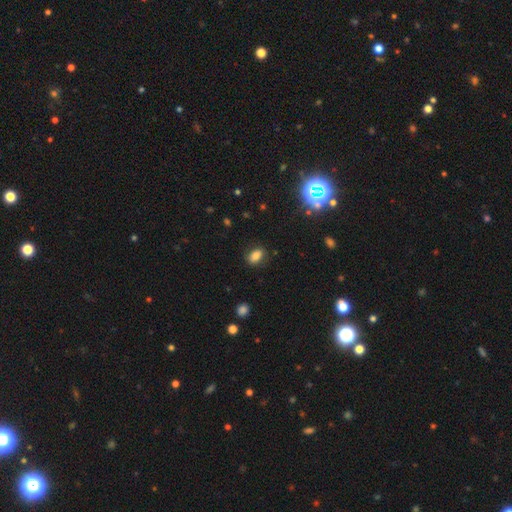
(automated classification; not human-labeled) This is clearly a smooth galaxy (81%). How rounded: clearly in between (82%). Merging: clearly none (80%).